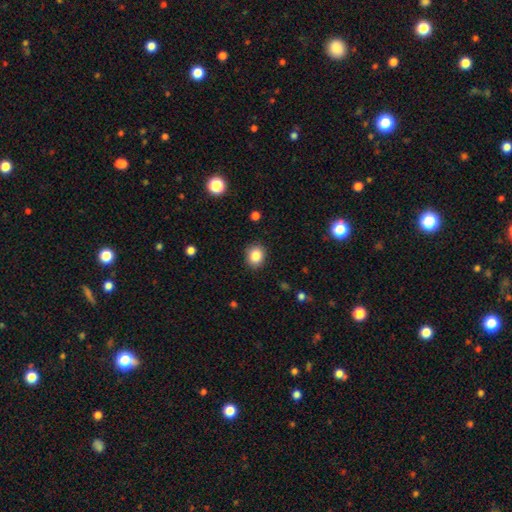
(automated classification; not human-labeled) Smooth or featured? Predicted: smooth (p=0.86). How rounded? Predicted: round (p=0.68). Merging? Predicted: none (p=0.88).